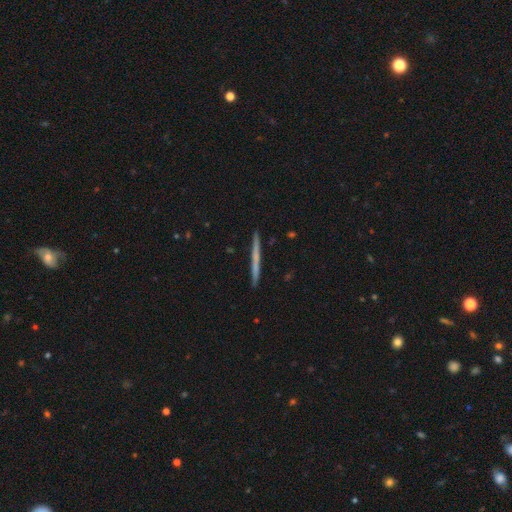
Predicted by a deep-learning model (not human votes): featured or disk 48%, smooth 36%, star or artifact 15%. Down the decision tree: merging — none (87%).